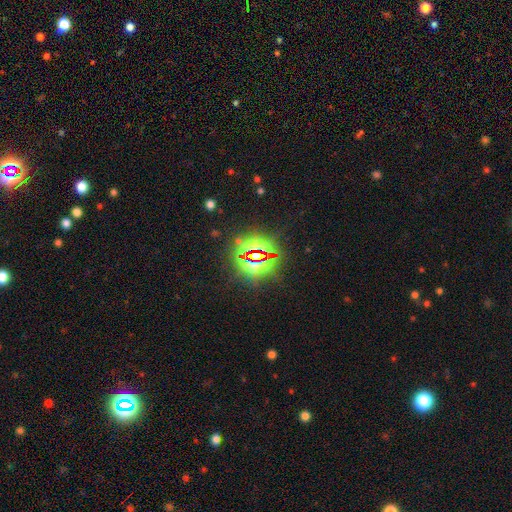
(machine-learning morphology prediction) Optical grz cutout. It shows a star or artifact, not a galaxy (81%).